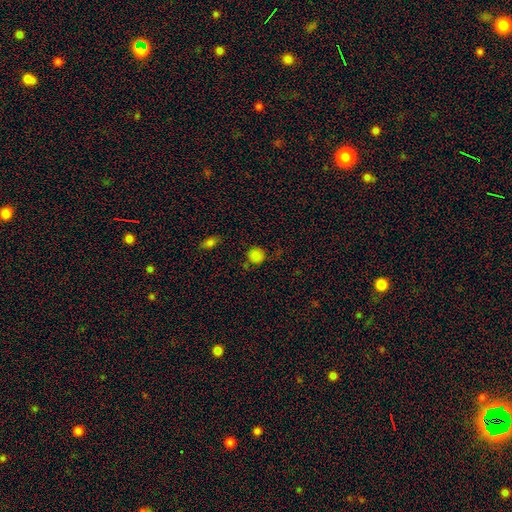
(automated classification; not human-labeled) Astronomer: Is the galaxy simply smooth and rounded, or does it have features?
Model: smooth — 80%.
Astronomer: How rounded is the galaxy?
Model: round — 91%.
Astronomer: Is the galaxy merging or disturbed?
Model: none — 76%.